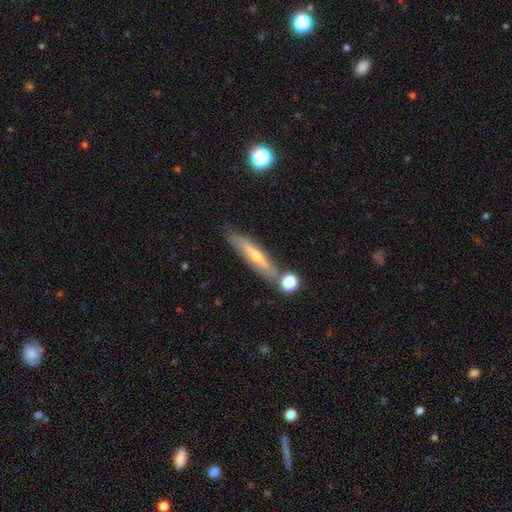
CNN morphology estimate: smooth_or_featured: featured or disk (p=0.52) [alt: smooth p=0.40]
disk_edge_on: yes (p=0.78) [alt: no p=0.22]
merging: none (p=0.73) [alt: minor disturbance p=0.14]